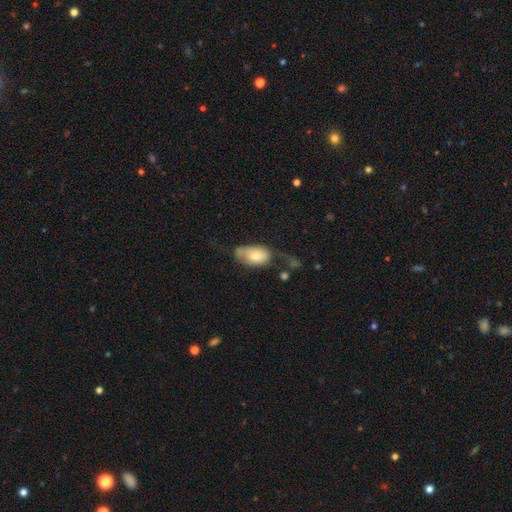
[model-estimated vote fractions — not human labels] Q: Smooth or featured?
A: smooth (69%); runner-up: featured or disk (24%)
Q: How rounded?
A: in between (92%); runner-up: round (6%)
Q: Merging?
A: none (32%); tied with: minor disturbance (32%)